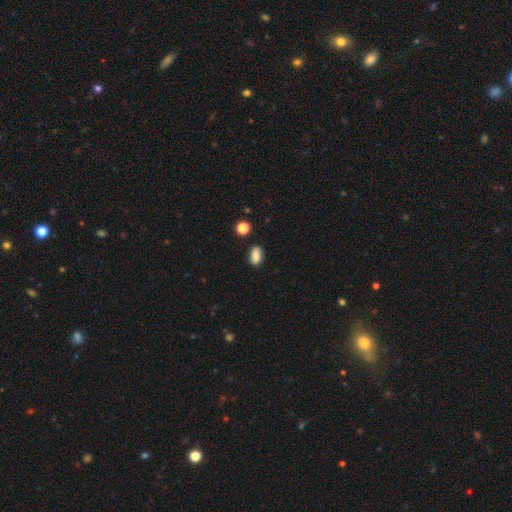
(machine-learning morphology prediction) A smooth galaxy with no disk features (78%) that is in between round and cigar-shaped (85%).

Vote fractions:
- Smooth or featured? smooth: 78% / featured or disk: 12% / star or artifact: 10%
- How rounded? in between: 85% / round: 12% / cigar-shaped: 4%
- Merging? none: 81% / minor disturbance: 12% / merger: 3% / major disturbance: 3%